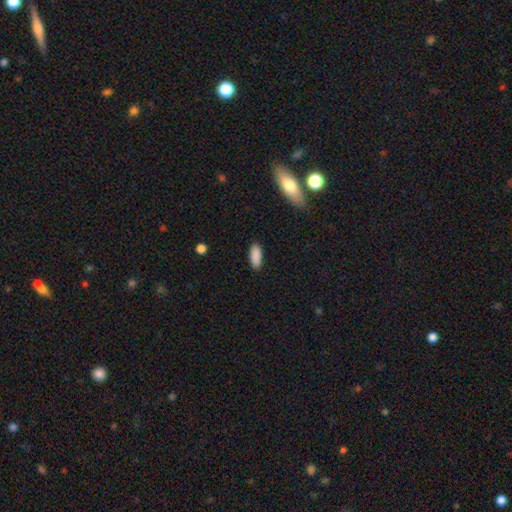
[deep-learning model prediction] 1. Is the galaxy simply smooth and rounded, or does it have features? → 89% smooth, 7% star or artifact, 4% featured or disk.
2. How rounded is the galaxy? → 81% in between, 17% cigar-shaped, 2% round.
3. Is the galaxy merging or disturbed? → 88% none, 9% minor disturbance, 2% major disturbance, 1% merger.